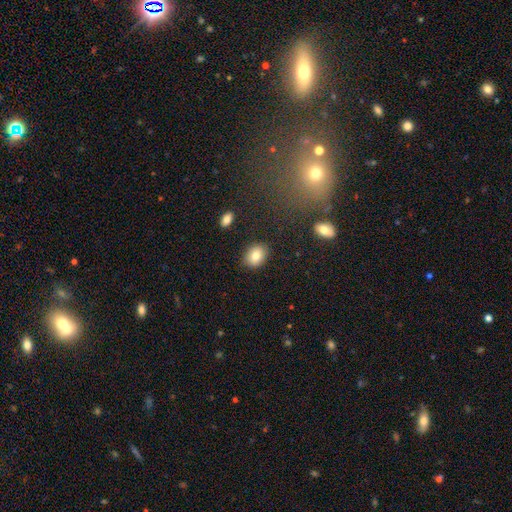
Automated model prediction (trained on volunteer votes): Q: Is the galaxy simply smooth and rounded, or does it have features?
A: smooth — 81%.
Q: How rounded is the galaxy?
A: in between — 61%.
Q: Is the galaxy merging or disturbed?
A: none — 86%.